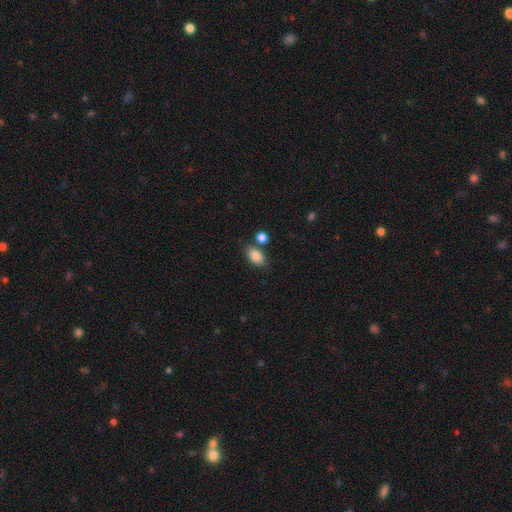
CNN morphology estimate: Smooth or featured?
  - smooth: 86% *
  - star or artifact: 8%
  - featured or disk: 6%
How rounded?
  - in between: 90% *
  - round: 8%
  - cigar-shaped: 2%
Merging?
  - none: 70% *
  - merger: 14%
  - minor disturbance: 13%
  - major disturbance: 4%